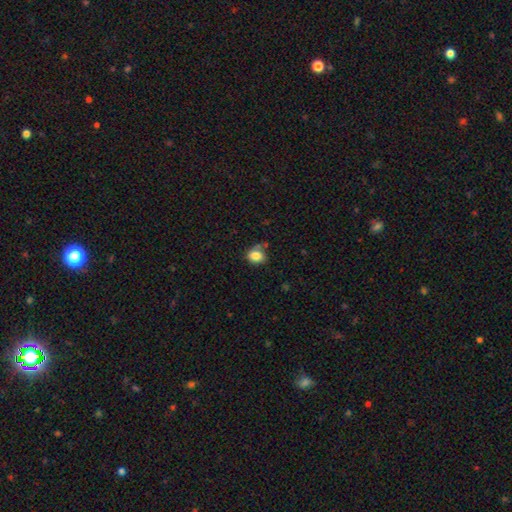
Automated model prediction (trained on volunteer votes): smooth_or_featured: smooth (p=0.84) [alt: star or artifact p=0.10]
how_rounded: round (p=0.52) [alt: in between p=0.47]
merging: none (p=0.64) [alt: minor disturbance p=0.21]